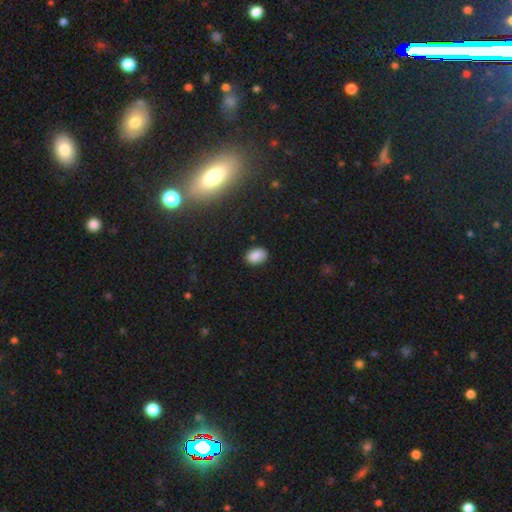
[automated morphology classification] A smooth galaxy with no disk features (85%) that is in between round and cigar-shaped (82%).

Vote fractions:
- Smooth or featured? smooth: 85% / star or artifact: 10% / featured or disk: 5%
- How rounded? in between: 82% / round: 17% / cigar-shaped: 1%
- Merging? none: 84% / minor disturbance: 12% / major disturbance: 3% / merger: 1%